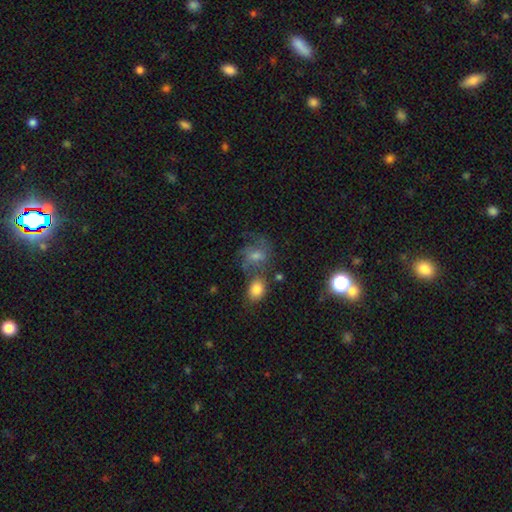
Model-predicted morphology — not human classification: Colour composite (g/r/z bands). It shows a featured or disk galaxy (42%). Merging: none (48%).